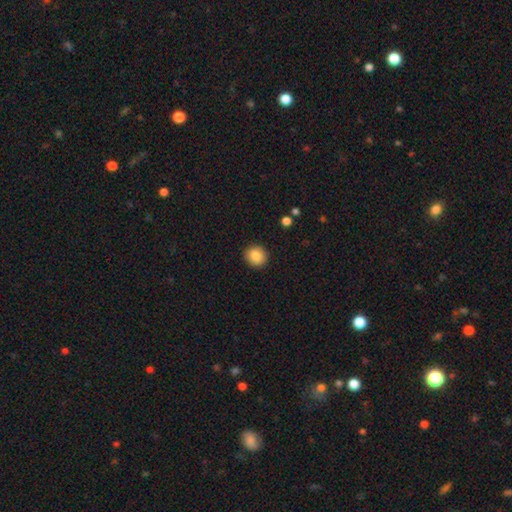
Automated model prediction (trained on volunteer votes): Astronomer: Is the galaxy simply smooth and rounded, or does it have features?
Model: smooth — 85%.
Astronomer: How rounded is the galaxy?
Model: round — 86%.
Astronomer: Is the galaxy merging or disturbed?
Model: none — 91%.